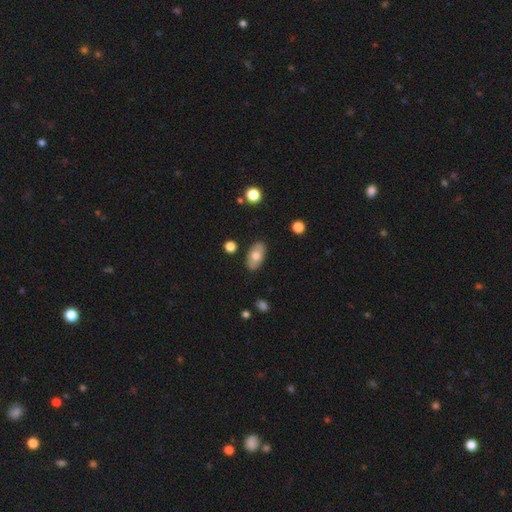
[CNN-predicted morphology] Smooth or featured?
  - smooth: 65% *
  - featured or disk: 28%
  - star or artifact: 7%
How rounded?
  - in between: 92% *
  - round: 6%
  - cigar-shaped: 3%
Merging?
  - none: 85% *
  - minor disturbance: 11%
  - major disturbance: 2%
  - merger: 2%